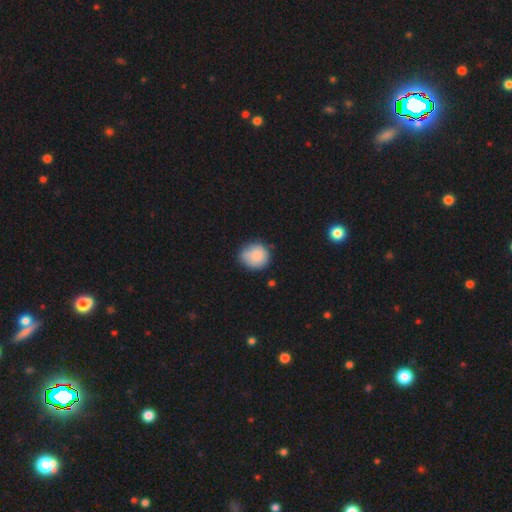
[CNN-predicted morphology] The model was most divided on "merging": none: 67%, minor disturbance: 24%, major disturbance: 5%, merger: 4%. More confident: smooth or featured — smooth (85%); how rounded — round (84%).